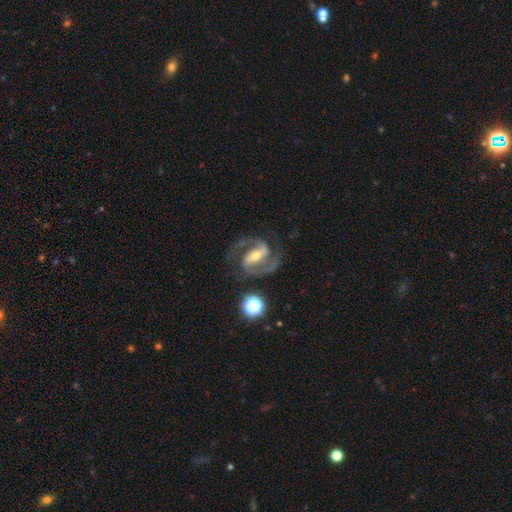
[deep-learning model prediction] featured or disk 91%, star or artifact 5%, smooth 4%. Down the decision tree: edge-on disk — no (97%); bar — strong (59%); spiral arms — yes (98%); spiral arm count — 2 (94%); spiral winding — medium (66%); bulge size — moderate (53%); merging — none (79%).